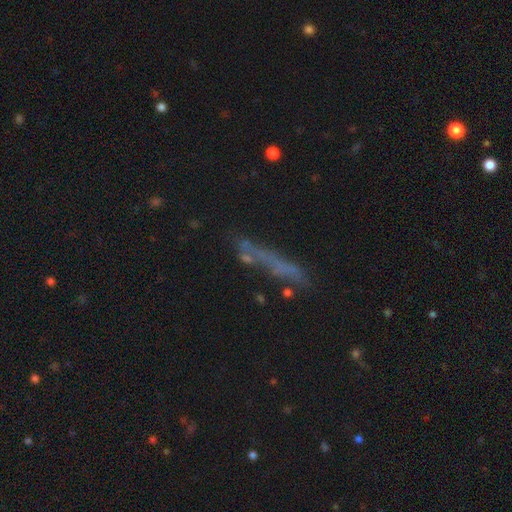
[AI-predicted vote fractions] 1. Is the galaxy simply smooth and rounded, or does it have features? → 43% smooth, 40% featured or disk, 17% star or artifact.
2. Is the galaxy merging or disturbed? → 55% none, 20% minor disturbance, 15% major disturbance, 10% merger.